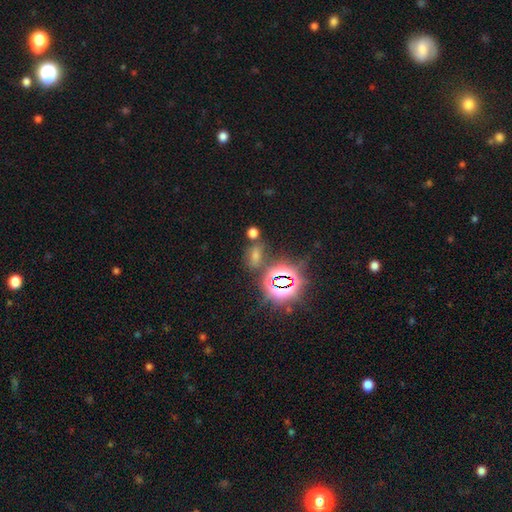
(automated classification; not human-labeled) A star or artifact, not a galaxy (61%).

Vote fractions:
- Smooth or featured? star or artifact: 61% / smooth: 28% / featured or disk: 11%